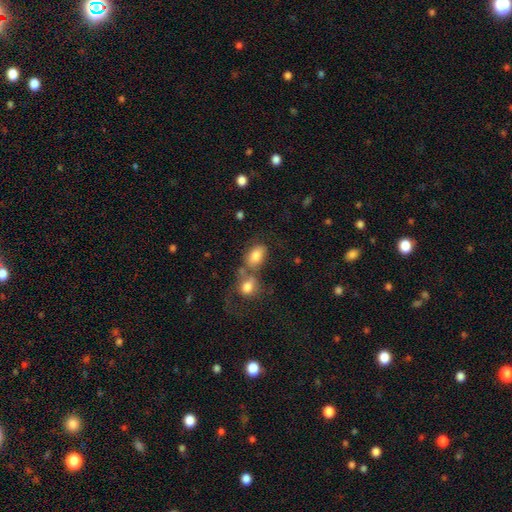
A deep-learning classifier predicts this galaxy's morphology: Q: Smooth or featured?
A: smooth (81%); runner-up: featured or disk (11%)
Q: How rounded?
A: in between (87%); runner-up: round (11%)
Q: Merging?
A: merger (40%); runner-up: none (39%)